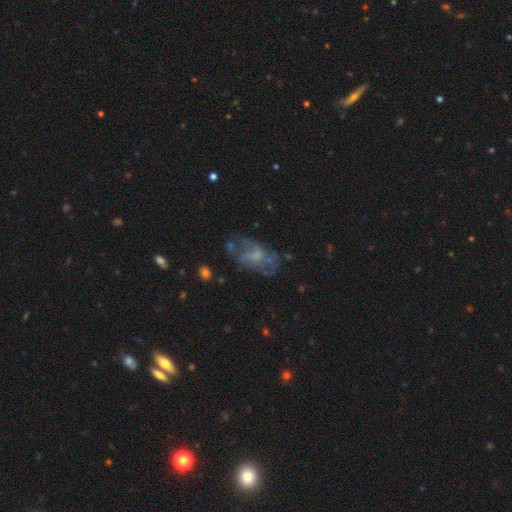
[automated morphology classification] smooth-or-featured: featured or disk: 65% | smooth: 24% | star or artifact: 11%
  disk-edge-on: no: 96% | yes: 4%
    bar: no: 60% | weak: 34% | strong: 6%
    has-spiral-arms: yes: 66% | no: 34%
    bulge-size: small: 39% | none: 31% | moderate: 25% | large: 4% | dominant: 1%
  merging: none: 50% | major disturbance: 24% | minor disturbance: 22% | merger: 4%